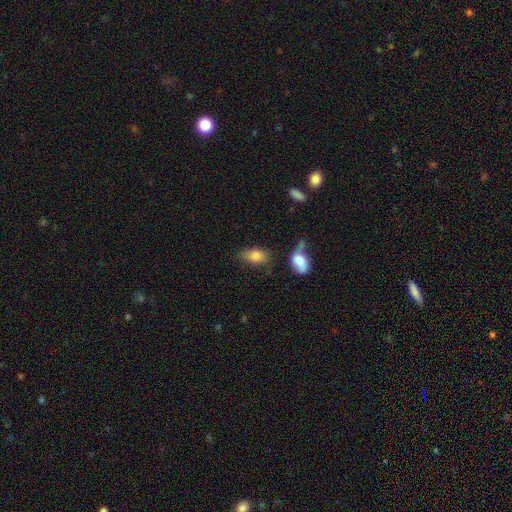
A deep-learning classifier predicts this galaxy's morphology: Q: Smooth or featured?
A: smooth (82%); runner-up: featured or disk (9%)
Q: How rounded?
A: in between (87%); runner-up: round (10%)
Q: Merging?
A: none (51%); runner-up: minor disturbance (27%)